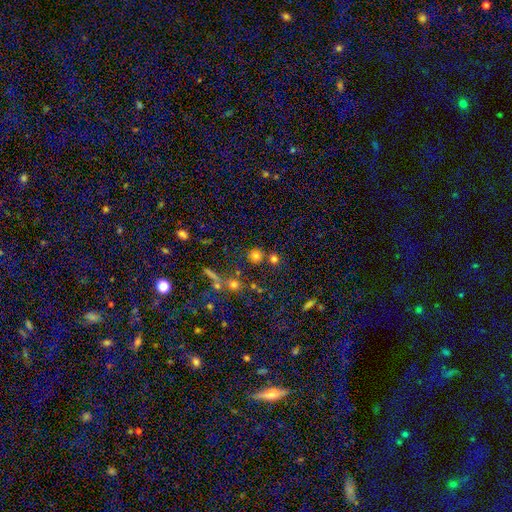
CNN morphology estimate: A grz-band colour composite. It shows a smooth galaxy with no disk features (71%) that is round (89%). Merging: none (71%).